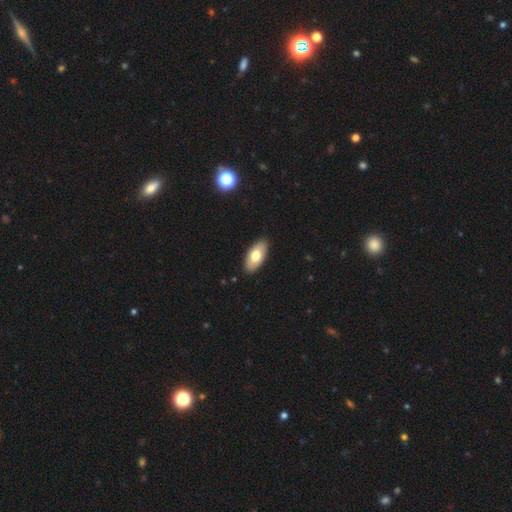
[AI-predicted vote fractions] Smooth or featured: smooth — 70% (featured or disk — 24%)
How rounded: in between — 93% (cigar-shaped — 4%)
Merging: none — 89% (minor disturbance — 8%)